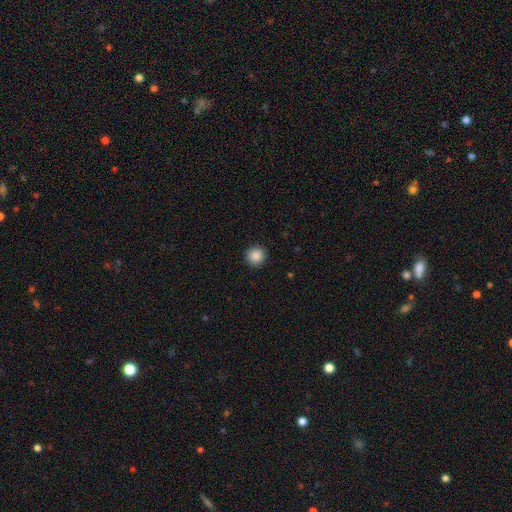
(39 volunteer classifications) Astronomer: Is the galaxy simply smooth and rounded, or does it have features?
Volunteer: smooth — 97%.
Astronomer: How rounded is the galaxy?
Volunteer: round — 89%.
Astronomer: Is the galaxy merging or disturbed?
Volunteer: none — 82%.